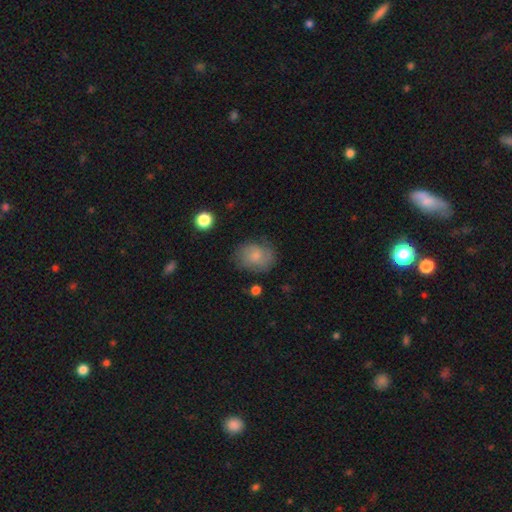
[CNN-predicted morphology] smooth_or_featured: smooth (p=0.52) [alt: featured or disk p=0.40]
how_rounded: in between (p=0.50) [alt: round p=0.49]
merging: none (p=0.70) [alt: minor disturbance p=0.20]